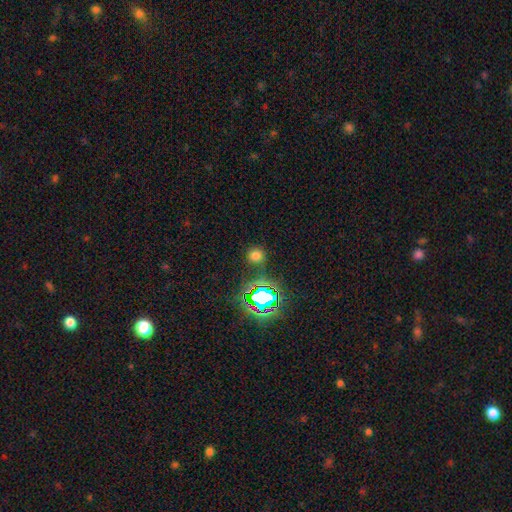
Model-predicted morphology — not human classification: A smooth galaxy with no disk features (66%) that is round (88%). Merging: none (86%).